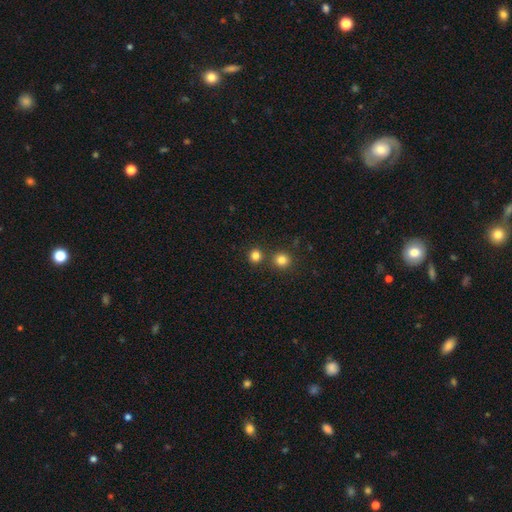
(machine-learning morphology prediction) smooth 82%, star or artifact 14%, featured or disk 4%. Down the decision tree: how rounded — round (87%); merging — none (76%).